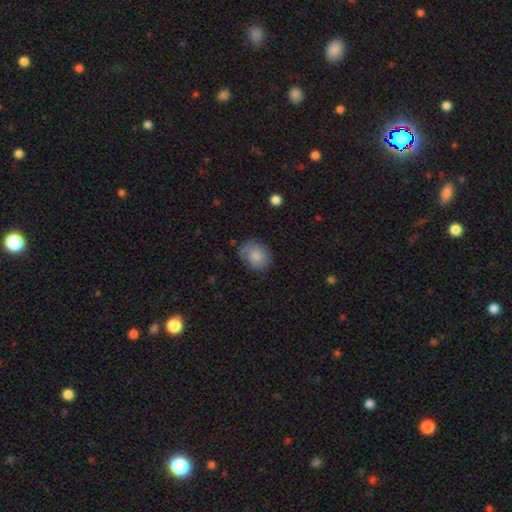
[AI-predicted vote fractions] A smooth galaxy with no disk features (83%) that is in between round and cigar-shaped (52%).

Vote fractions:
- Smooth or featured? smooth: 83% / featured or disk: 10% / star or artifact: 7%
- How rounded? in between: 52% / round: 47% / cigar-shaped: 1%
- Merging? none: 71% / minor disturbance: 21% / major disturbance: 6% / merger: 2%